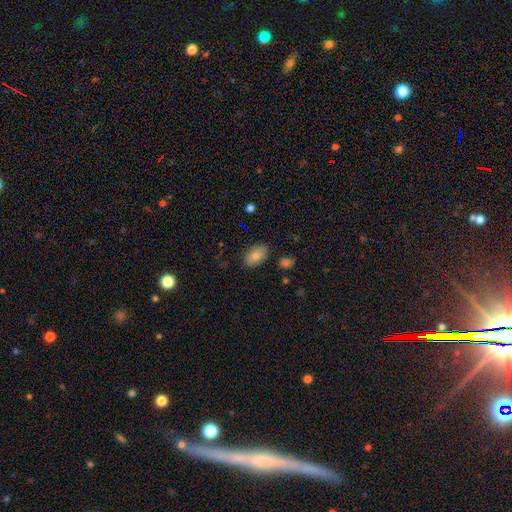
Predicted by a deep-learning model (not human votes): This is clearly a smooth galaxy (83%). How rounded: clearly in between (90%). Merging: clearly none (83%).